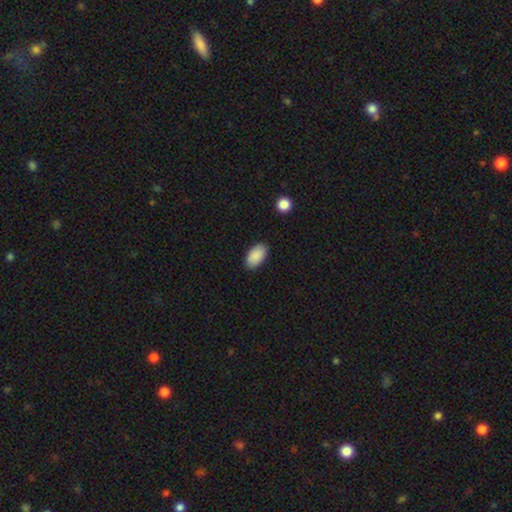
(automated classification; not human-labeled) This is clearly a smooth galaxy (90%). How rounded: clearly in between (95%). Merging: clearly none (88%).